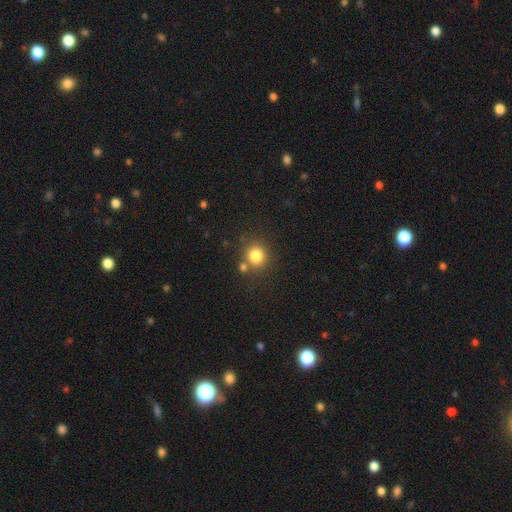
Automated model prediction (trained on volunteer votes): Smooth or featured?
  - smooth: 81% *
  - star or artifact: 12%
  - featured or disk: 6%
How rounded?
  - round: 87% *
  - in between: 12%
  - cigar-shaped: 1%
Merging?
  - none: 73% *
  - merger: 14%
  - minor disturbance: 10%
  - major disturbance: 3%